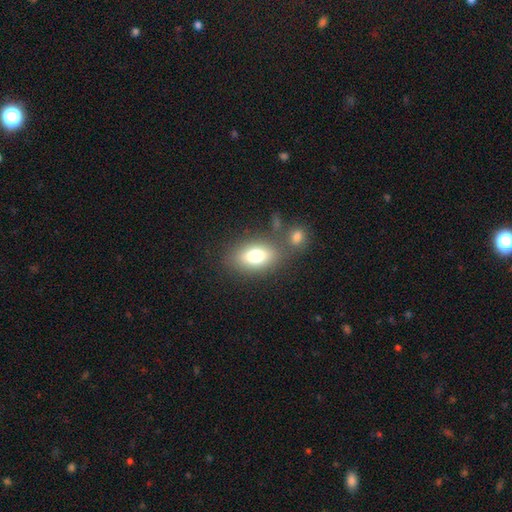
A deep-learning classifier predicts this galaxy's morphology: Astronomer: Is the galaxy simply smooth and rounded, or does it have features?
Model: smooth — 77%.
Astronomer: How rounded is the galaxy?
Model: in between — 84%.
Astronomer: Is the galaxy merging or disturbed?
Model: none — 67%.